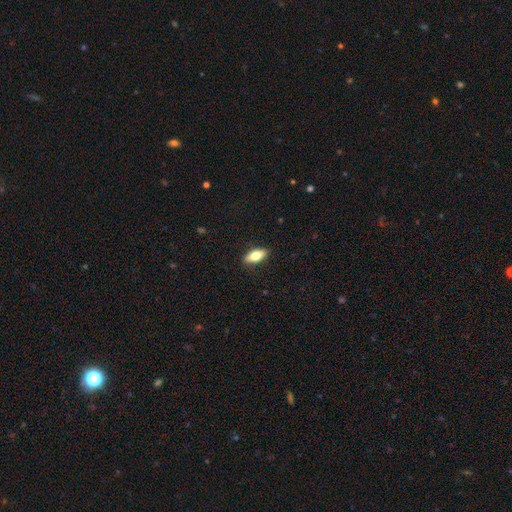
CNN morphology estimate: This appears to be a smooth galaxy with no disk features (73%) that is in between round and cigar-shaped (82%). Merging: none (88%).